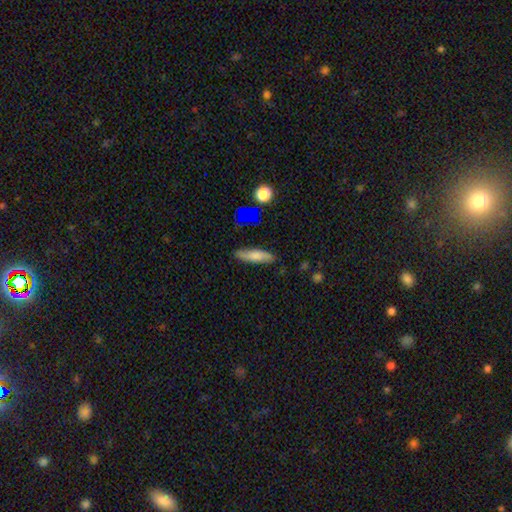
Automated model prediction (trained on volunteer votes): This is likely a smooth galaxy (71%). How rounded: likely cigar-shaped (62%). Merging: clearly none (81%).